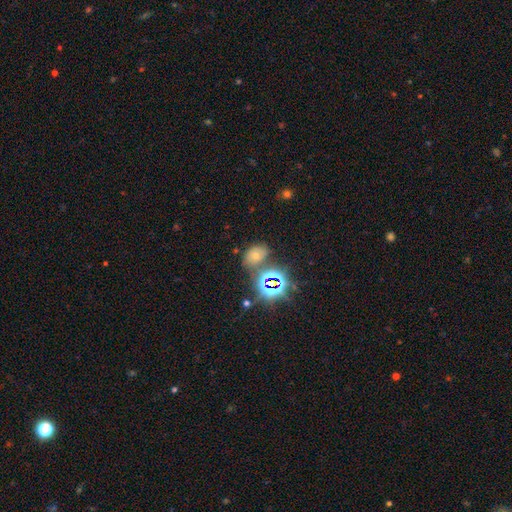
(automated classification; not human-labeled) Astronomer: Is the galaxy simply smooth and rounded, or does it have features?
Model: smooth — 48% (runner-up: star or artifact, 37%).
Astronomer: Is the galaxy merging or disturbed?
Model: none — 65%.